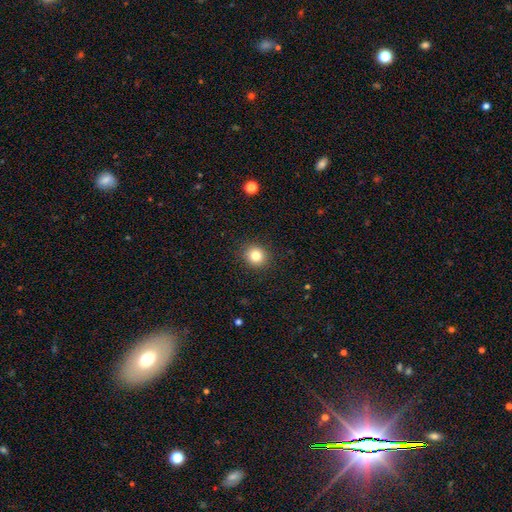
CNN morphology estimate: Smooth or featured? smooth (83%)
How rounded? round (84%)
Merging? none (90%)